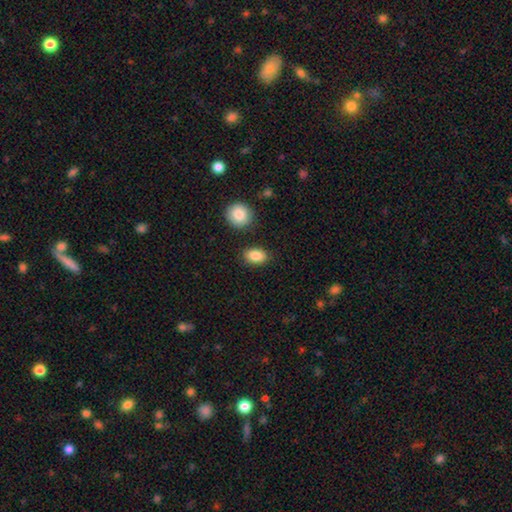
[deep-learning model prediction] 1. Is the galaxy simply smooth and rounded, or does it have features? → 87% smooth, 7% star or artifact, 6% featured or disk.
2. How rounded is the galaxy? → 85% in between, 14% round, 2% cigar-shaped.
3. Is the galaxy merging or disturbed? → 84% none, 10% minor disturbance, 4% merger, 2% major disturbance.